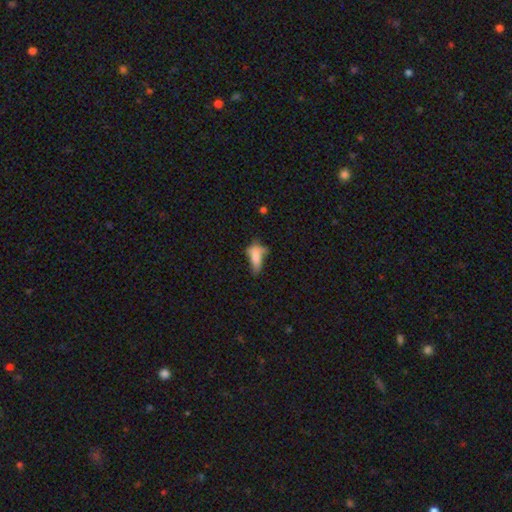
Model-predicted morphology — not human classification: type=smooth (66%); roundness=in between (76%); merging=major disturbance (34%).